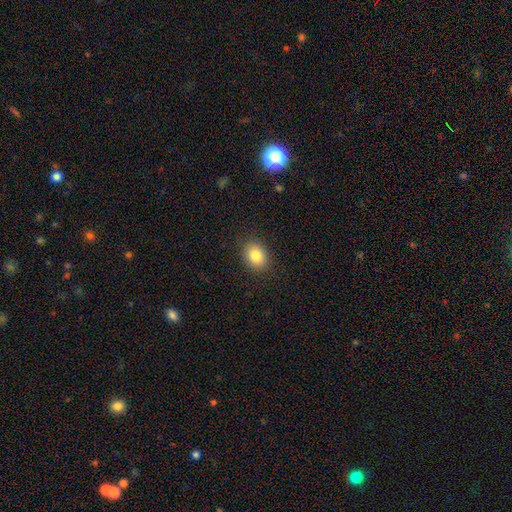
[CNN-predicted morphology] Smooth or featured? Predicted: smooth (p=0.84). How rounded? Predicted: in between (p=0.60). Merging? Predicted: none (p=0.88).